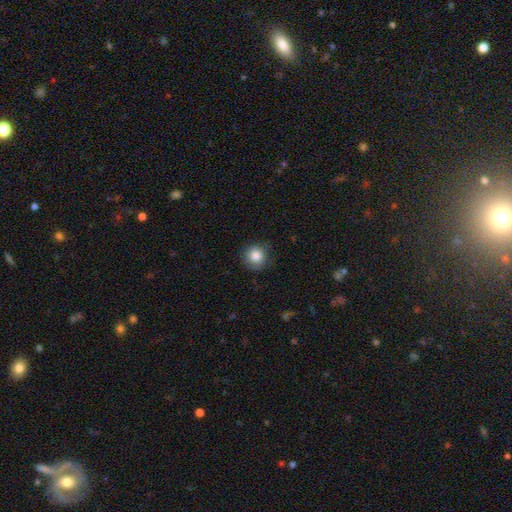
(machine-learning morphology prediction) Smooth or featured?
  - smooth: 85% *
  - star or artifact: 9%
  - featured or disk: 6%
How rounded?
  - round: 93% *
  - in between: 7%
  - cigar-shaped: 1%
Merging?
  - none: 82% *
  - minor disturbance: 14%
  - major disturbance: 3%
  - merger: 1%